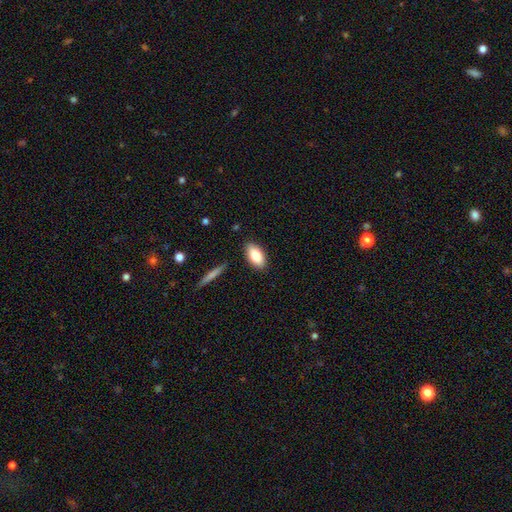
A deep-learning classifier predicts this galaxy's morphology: Smooth or featured: smooth — 81% (featured or disk — 12%)
How rounded: in between — 91% (cigar-shaped — 6%)
Merging: none — 87% (minor disturbance — 10%)